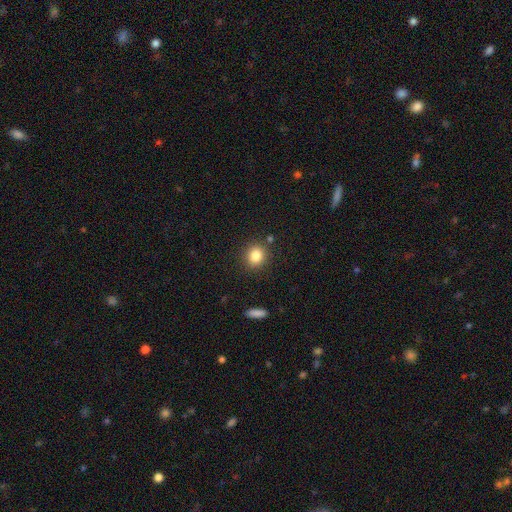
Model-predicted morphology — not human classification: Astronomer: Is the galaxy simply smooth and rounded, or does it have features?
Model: smooth — 84%.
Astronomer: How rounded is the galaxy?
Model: round — 76%.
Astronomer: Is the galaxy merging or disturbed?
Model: none — 85%.